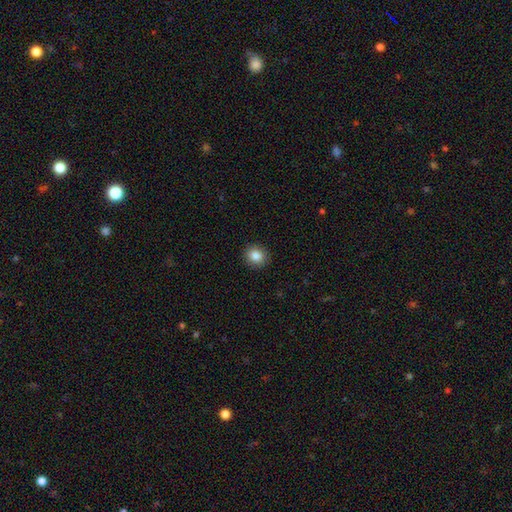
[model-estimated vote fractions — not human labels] Morphology: type=smooth (84%); roundness=round (88%); merging=none (92%).